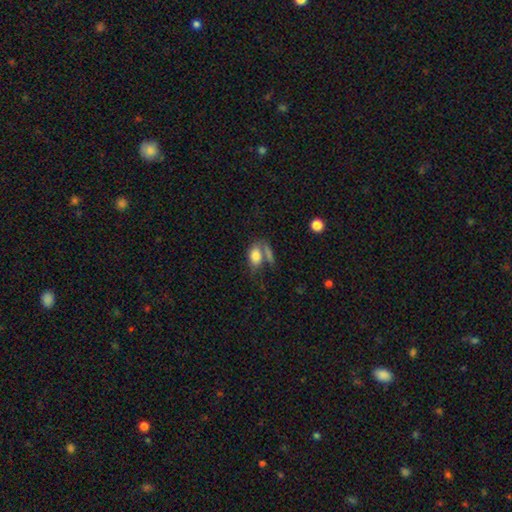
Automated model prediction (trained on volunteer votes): A smooth galaxy with no disk features (80%) that is in between round and cigar-shaped (87%).

Vote fractions:
- Smooth or featured? smooth: 80% / featured or disk: 12% / star or artifact: 8%
- How rounded? in between: 87% / round: 10% / cigar-shaped: 4%
- Merging? none: 40% / merger: 34% / minor disturbance: 15% / major disturbance: 10%